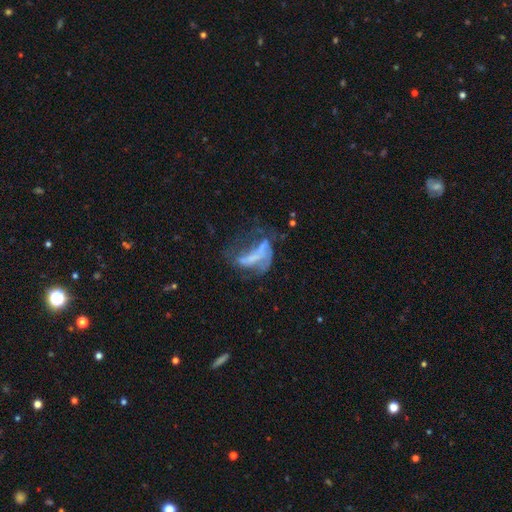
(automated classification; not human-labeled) Smooth or featured? featured or disk (62%)
Edge-on disk? no (94%)
Bar? no (54%)
Spiral arms? no (62%)
Bulge size? none (64%)
Merging? major disturbance (51%)